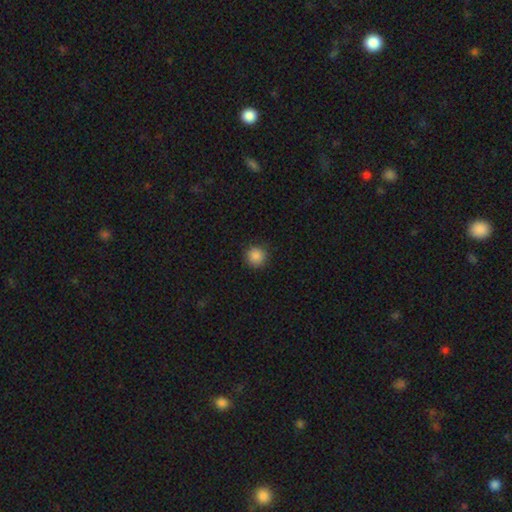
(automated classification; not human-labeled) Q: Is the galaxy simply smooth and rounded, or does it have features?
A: smooth — 87%.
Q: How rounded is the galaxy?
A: round — 95%.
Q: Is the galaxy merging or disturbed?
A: none — 91%.